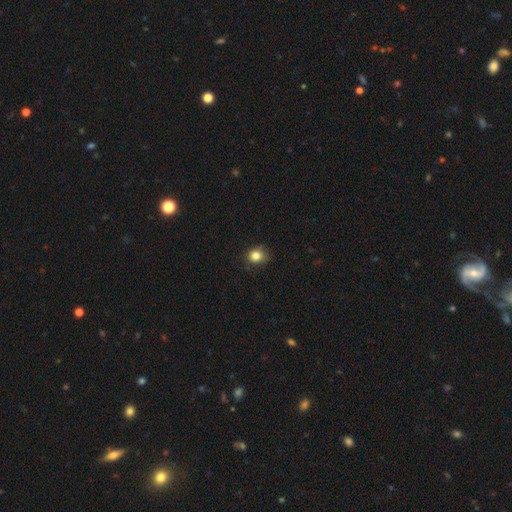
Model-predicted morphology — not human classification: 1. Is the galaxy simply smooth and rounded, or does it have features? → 83% smooth, 11% star or artifact, 5% featured or disk.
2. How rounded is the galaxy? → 74% round, 25% in between, 1% cigar-shaped.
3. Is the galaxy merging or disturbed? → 80% none, 16% minor disturbance, 3% major disturbance, 1% merger.